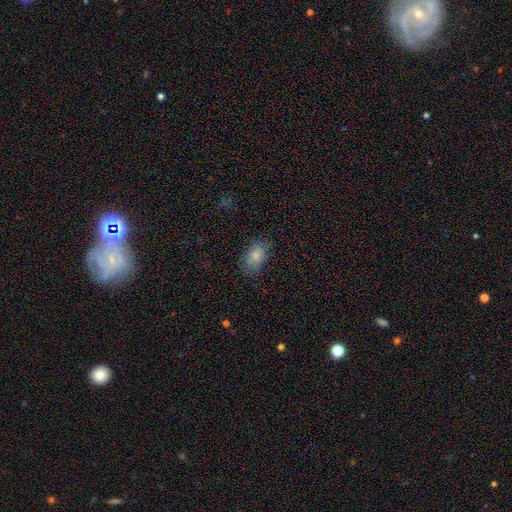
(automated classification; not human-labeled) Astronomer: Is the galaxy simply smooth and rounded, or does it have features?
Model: smooth — 82%.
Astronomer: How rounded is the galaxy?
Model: in between — 87%.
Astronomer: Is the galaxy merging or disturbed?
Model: none — 75%.